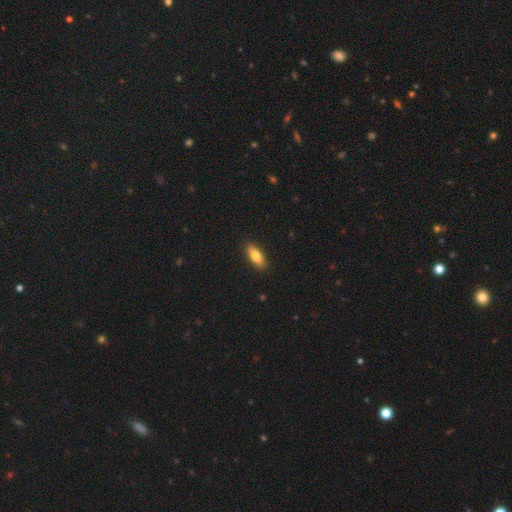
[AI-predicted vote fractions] Smooth or featured: smooth — 79% (featured or disk — 15%)
How rounded: in between — 74% (cigar-shaped — 23%)
Merging: none — 90% (minor disturbance — 8%)